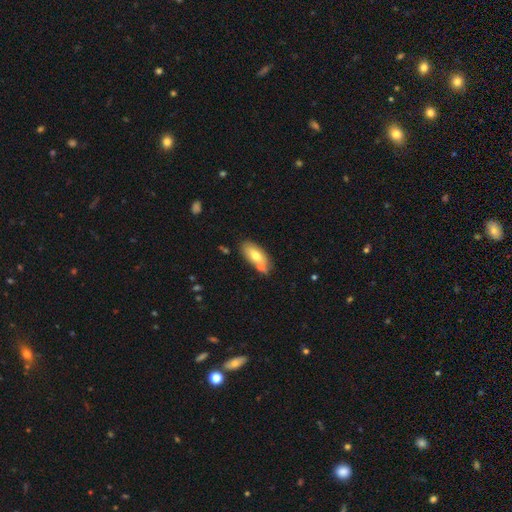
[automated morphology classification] smooth_or_featured: smooth (p=0.71) [alt: featured or disk p=0.22]
how_rounded: in between (p=0.87) [alt: cigar-shaped p=0.10]
merging: none (p=0.65) [alt: merger p=0.18]